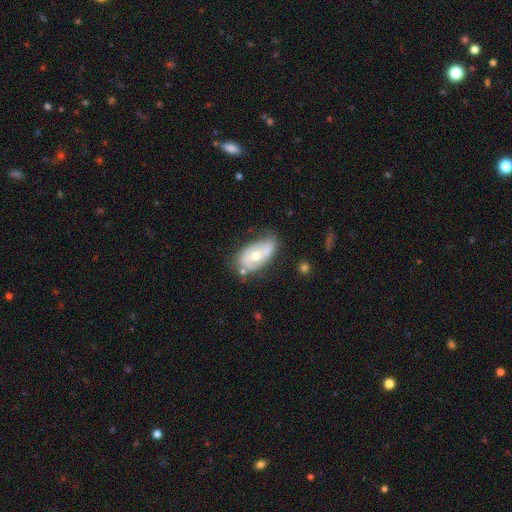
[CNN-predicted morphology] type=featured or disk (62%); edge-on=no (92%); bar=no (58%); spiral arms=yes (69%); bulge=moderate (62%); merging=none (48%).